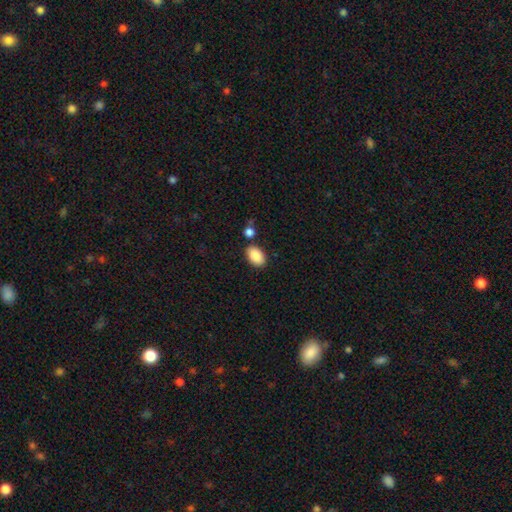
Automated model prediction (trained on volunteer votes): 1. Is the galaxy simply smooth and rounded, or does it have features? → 89% smooth, 7% star or artifact, 5% featured or disk.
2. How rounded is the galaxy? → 91% in between, 7% round, 1% cigar-shaped.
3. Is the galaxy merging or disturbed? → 81% none, 11% minor disturbance, 6% merger, 3% major disturbance.